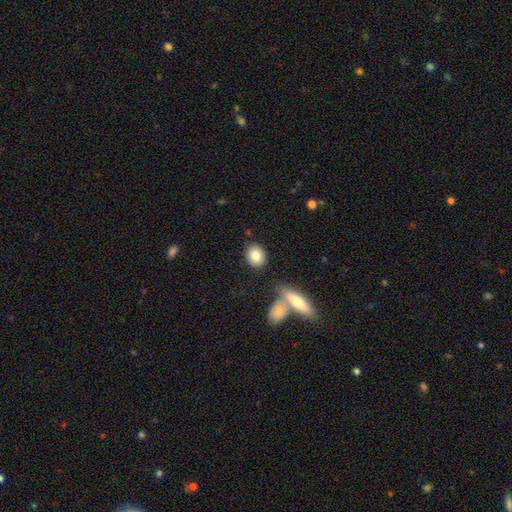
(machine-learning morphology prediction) Overall: smooth (81%). How rounded: round (58%; in between 40%). Merging: none (80%).